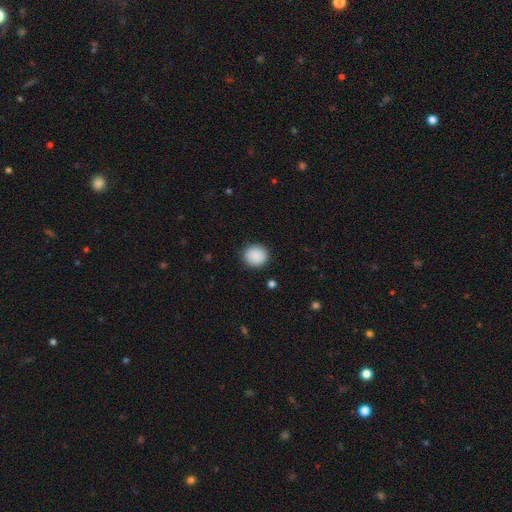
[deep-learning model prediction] smooth_or_featured: smooth (p=0.89) [alt: star or artifact p=0.08]
how_rounded: round (p=0.86) [alt: in between p=0.13]
merging: none (p=0.90) [alt: minor disturbance p=0.07]